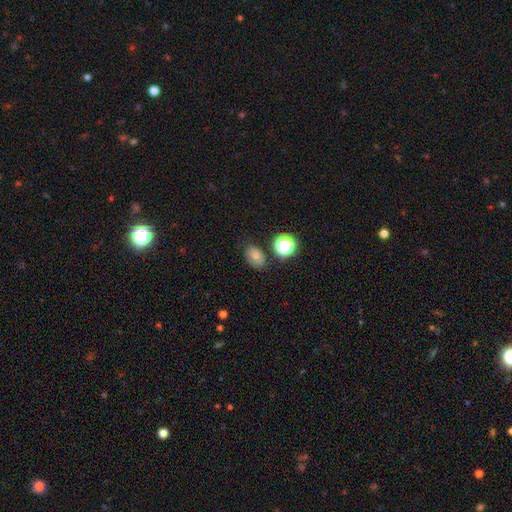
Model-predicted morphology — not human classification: A smooth galaxy with no disk features (73%) that is in between round and cigar-shaped (74%).

Vote fractions:
- Smooth or featured? smooth: 73% / star or artifact: 15% / featured or disk: 12%
- How rounded? in between: 74% / round: 25% / cigar-shaped: 1%
- Merging? none: 73% / minor disturbance: 17% / major disturbance: 5% / merger: 4%